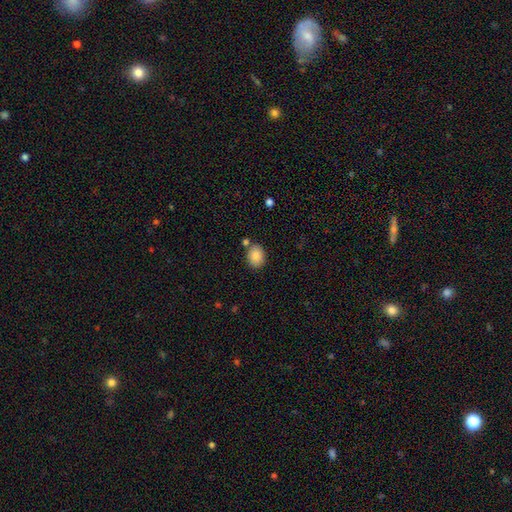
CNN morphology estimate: This appears to be a smooth galaxy with no disk features (86%) that is in between round and cigar-shaped (63%). Merging: none (76%).